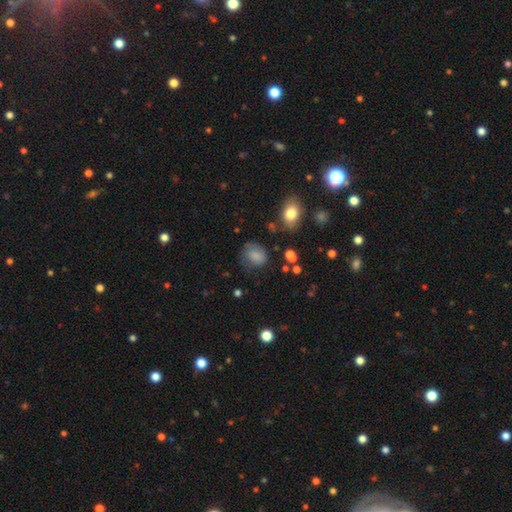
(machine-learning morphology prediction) Smooth or featured: smooth — 78% (star or artifact — 11%)
How rounded: round — 51% (in between — 48%)
Merging: none — 59% (minor disturbance — 26%)